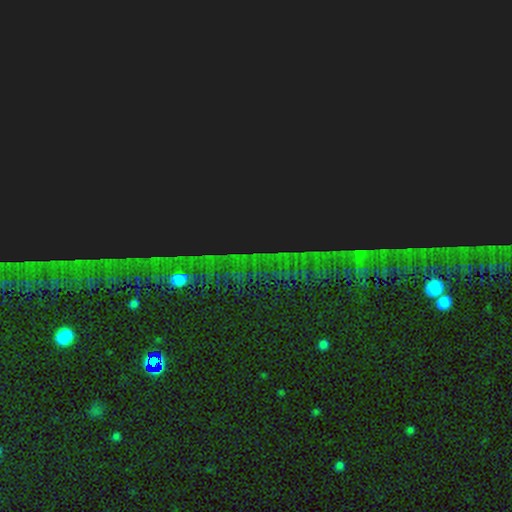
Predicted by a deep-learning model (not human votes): smooth-or-featured: star or artifact: 87% | smooth: 7% | featured or disk: 7%